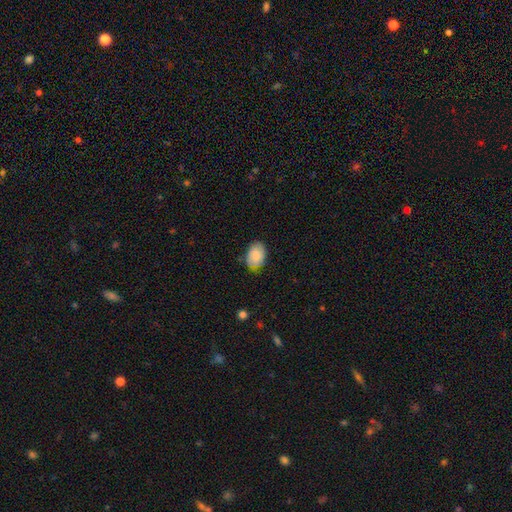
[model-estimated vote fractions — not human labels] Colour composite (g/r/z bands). It shows a smooth galaxy with no disk features (83%) that is in between round and cigar-shaped (85%). Merging: none (74%).